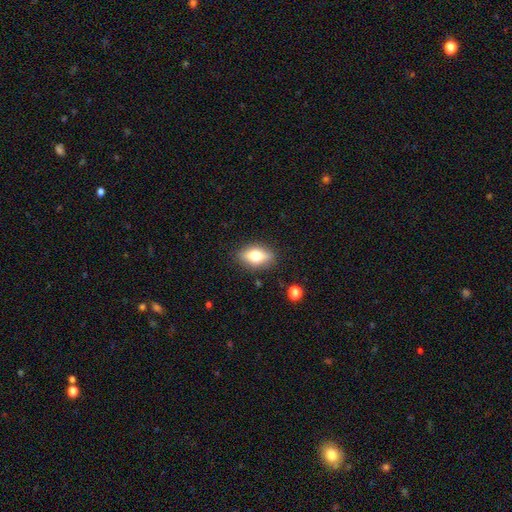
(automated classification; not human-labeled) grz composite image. It shows a smooth galaxy with no disk features (61%) that is in between round and cigar-shaped (79%). Merging: none (85%).